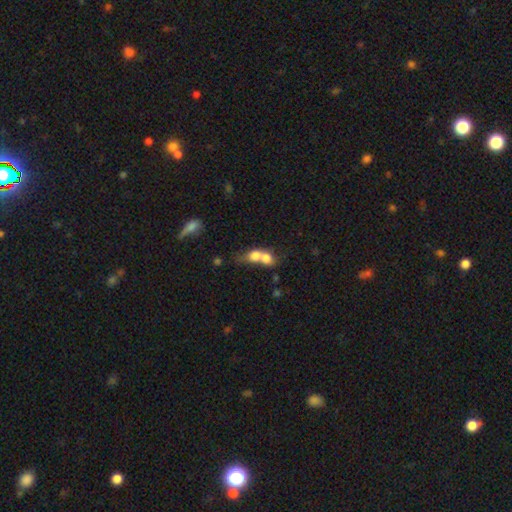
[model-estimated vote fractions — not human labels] Smooth or featured? smooth (71%)
How rounded? in between (48%)
Merging? merger (76%)